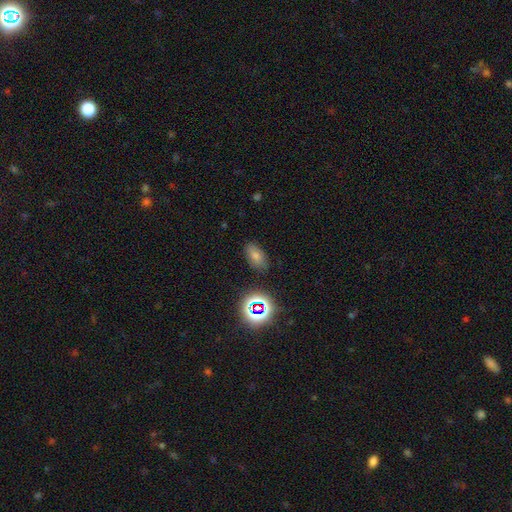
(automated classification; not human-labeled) Overall: smooth (57%; star or artifact 31%). How rounded: in between (84%). Merging: none (85%).